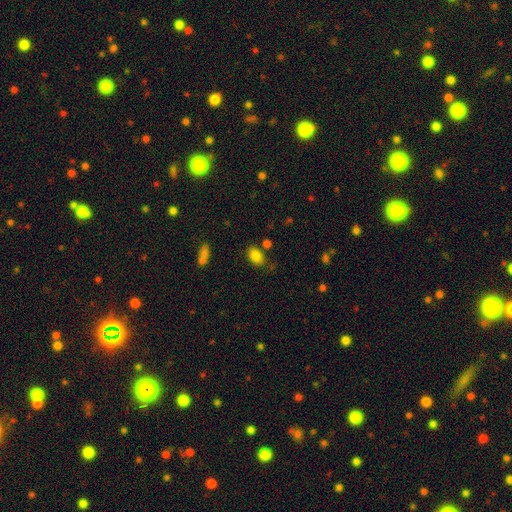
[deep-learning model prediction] The model was most divided on "merging": none: 73%, minor disturbance: 15%, merger: 7%, major disturbance: 5%. More confident: how rounded — in between (84%); smooth or featured — smooth (84%).